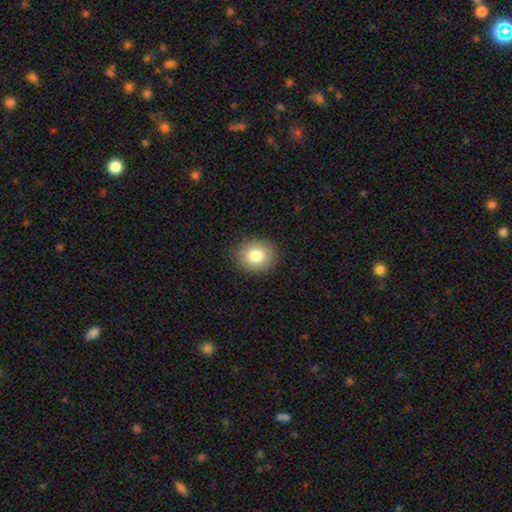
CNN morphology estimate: The model was most divided on "how rounded": round: 68%, in between: 31%, cigar-shaped: 1%. More confident: merging — none (88%); smooth or featured — smooth (80%).